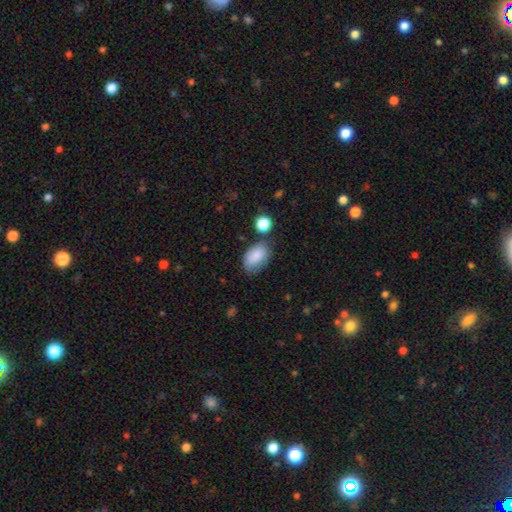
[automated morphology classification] Smooth or featured? smooth (83%)
How rounded? in between (89%)
Merging? none (56%)